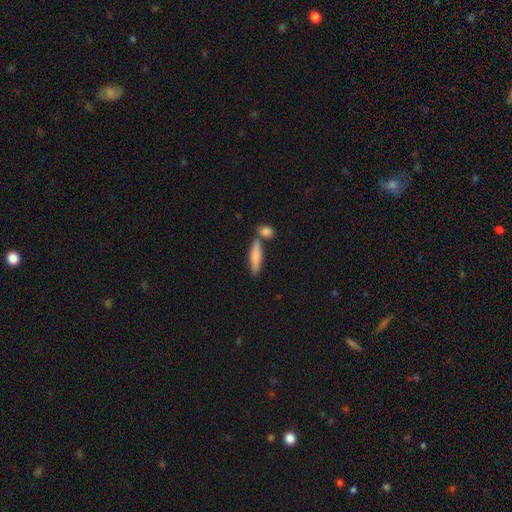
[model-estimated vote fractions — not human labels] This is likely a smooth galaxy (78%). How rounded: likely cigar-shaped (65%). Merging: likely none (66%).